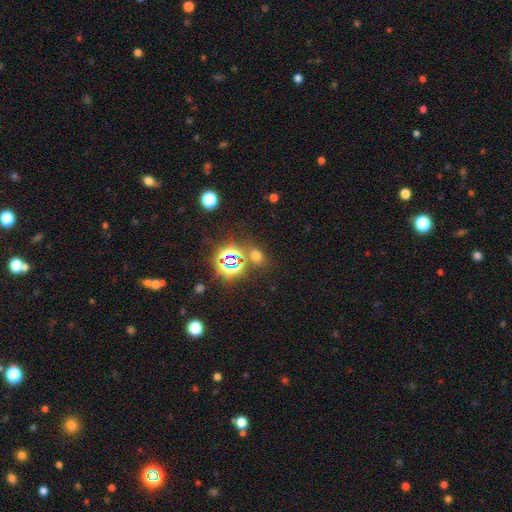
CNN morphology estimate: Smooth or featured?
  - smooth: 51% *
  - star or artifact: 42%
  - featured or disk: 8%
How rounded?
  - in between: 55% *
  - round: 43%
  - cigar-shaped: 2%
Merging?
  - none: 77% *
  - minor disturbance: 10%
  - merger: 9%
  - major disturbance: 5%